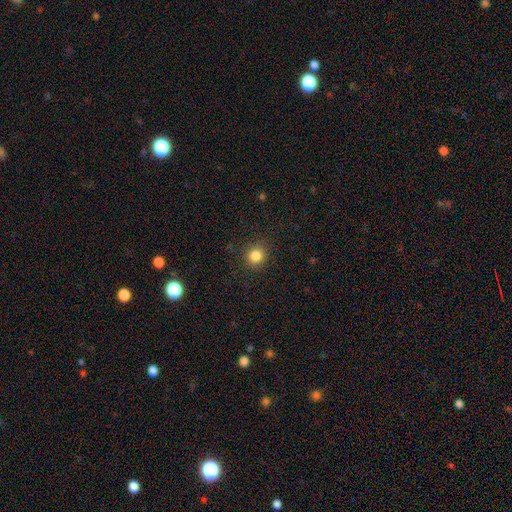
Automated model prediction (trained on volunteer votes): Q: Smooth or featured?
A: smooth (84%); runner-up: star or artifact (12%)
Q: How rounded?
A: round (90%); runner-up: in between (9%)
Q: Merging?
A: none (89%); runner-up: minor disturbance (7%)